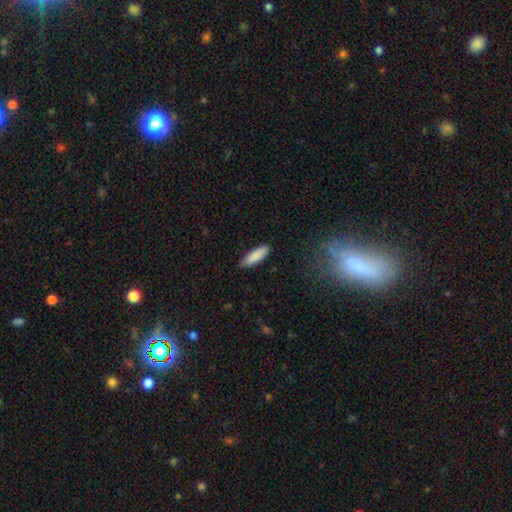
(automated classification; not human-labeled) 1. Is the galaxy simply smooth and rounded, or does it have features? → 88% smooth, 6% featured or disk, 6% star or artifact.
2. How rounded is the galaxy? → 51% in between, 47% cigar-shaped, 1% round.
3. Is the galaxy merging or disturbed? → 86% none, 11% minor disturbance, 2% major disturbance, 1% merger.